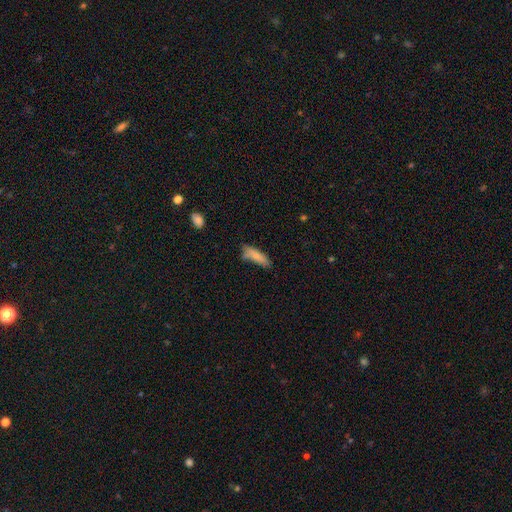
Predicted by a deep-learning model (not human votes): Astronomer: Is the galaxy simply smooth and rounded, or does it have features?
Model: smooth — 81%.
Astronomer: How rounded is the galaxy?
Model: cigar-shaped — 50% (runner-up: in between, 48%).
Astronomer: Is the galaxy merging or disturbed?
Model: none — 56%.